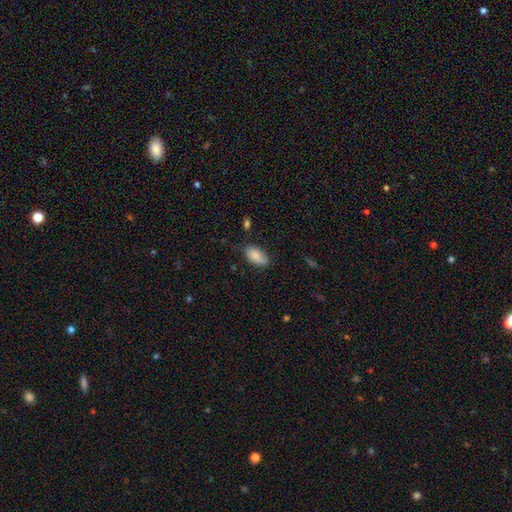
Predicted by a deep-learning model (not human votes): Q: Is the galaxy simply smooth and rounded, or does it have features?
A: smooth — 82%.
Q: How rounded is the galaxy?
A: in between — 94%.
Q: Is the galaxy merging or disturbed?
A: none — 70%.